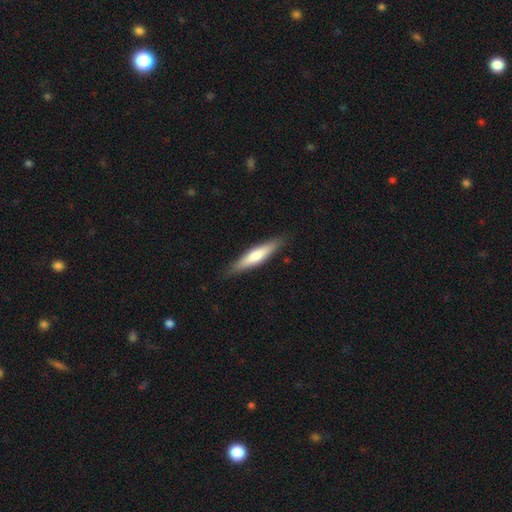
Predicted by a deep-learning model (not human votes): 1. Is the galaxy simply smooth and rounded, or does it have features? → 62% smooth, 33% featured or disk, 5% star or artifact.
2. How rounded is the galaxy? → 82% cigar-shaped, 17% in between, 1% round.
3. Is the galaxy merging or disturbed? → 86% none, 11% minor disturbance, 2% major disturbance, 1% merger.